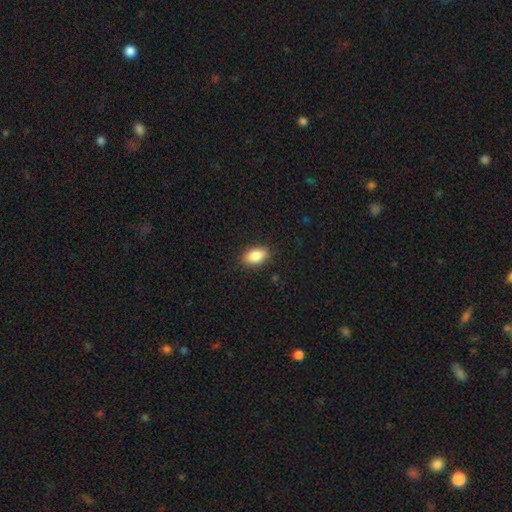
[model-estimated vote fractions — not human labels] smooth_or_featured: smooth (p=0.86) [alt: star or artifact p=0.07]
how_rounded: in between (p=0.91) [alt: round p=0.06]
merging: none (p=0.88) [alt: minor disturbance p=0.09]